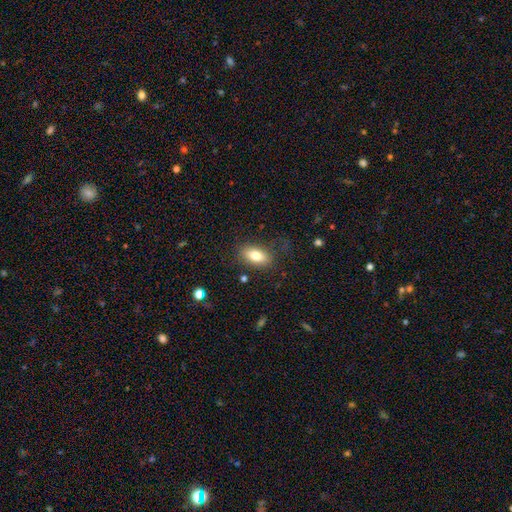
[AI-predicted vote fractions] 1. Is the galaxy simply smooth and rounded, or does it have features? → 78% smooth, 14% featured or disk, 8% star or artifact.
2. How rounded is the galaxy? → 89% in between, 6% cigar-shaped, 5% round.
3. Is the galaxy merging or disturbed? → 80% none, 13% minor disturbance, 5% major disturbance, 2% merger.